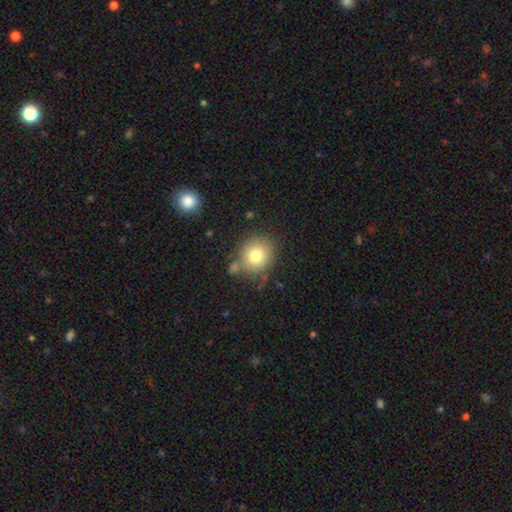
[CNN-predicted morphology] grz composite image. It shows a smooth galaxy with no disk features (78%) that is round (81%). Merging: none (72%).